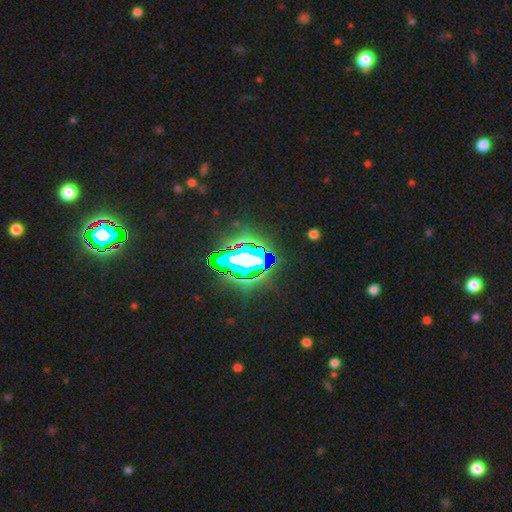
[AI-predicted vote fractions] Smooth or featured?
  - star or artifact: 80% *
  - smooth: 10%
  - featured or disk: 10%